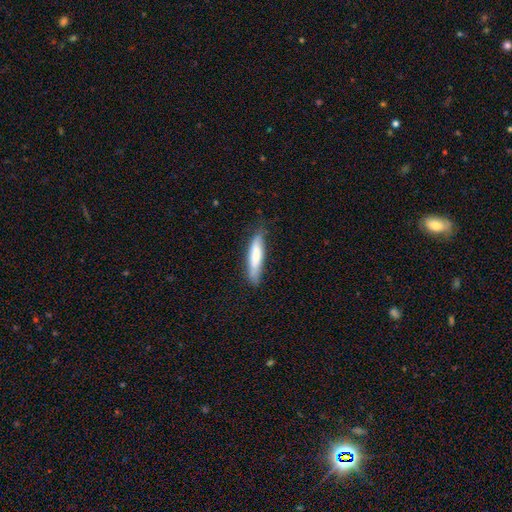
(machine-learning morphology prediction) smooth_or_featured: smooth (p=0.72) [alt: featured or disk p=0.22]
how_rounded: cigar-shaped (p=0.80) [alt: in between p=0.19]
merging: none (p=0.73) [alt: minor disturbance p=0.21]